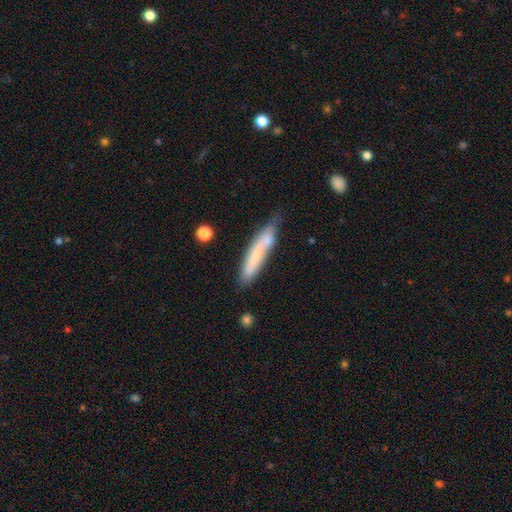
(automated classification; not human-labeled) Smooth or featured? smooth (65%)
How rounded? cigar-shaped (88%)
Merging? none (56%)